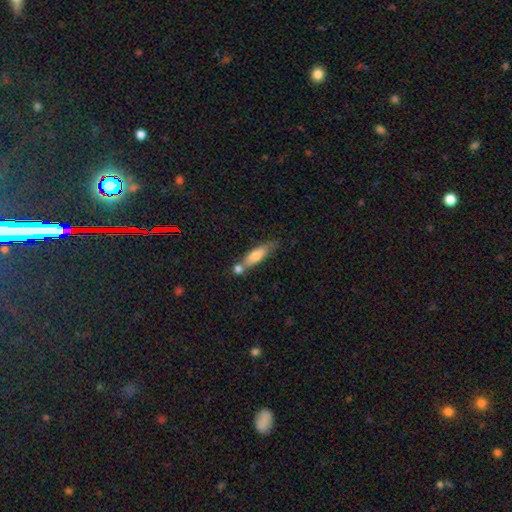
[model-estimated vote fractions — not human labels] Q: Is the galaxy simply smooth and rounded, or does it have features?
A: smooth — 67%.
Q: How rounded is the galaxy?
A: cigar-shaped — 61%.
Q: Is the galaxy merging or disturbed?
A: none — 47%.